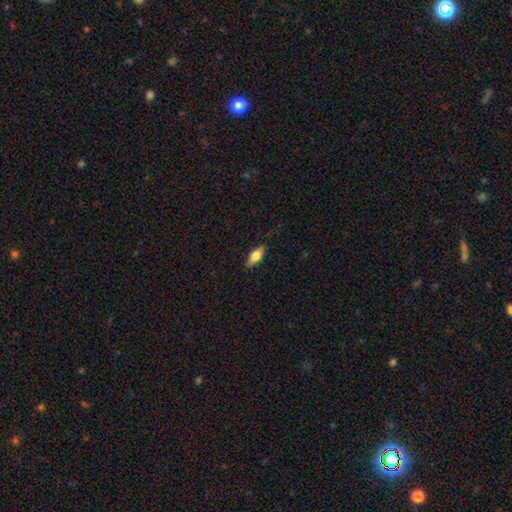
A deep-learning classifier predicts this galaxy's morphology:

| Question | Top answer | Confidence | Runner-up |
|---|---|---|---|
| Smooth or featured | smooth | 61% | featured or disk (31%) |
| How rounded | in between | 75% | cigar-shaped (21%) |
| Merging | none | 84% | minor disturbance (13%) |